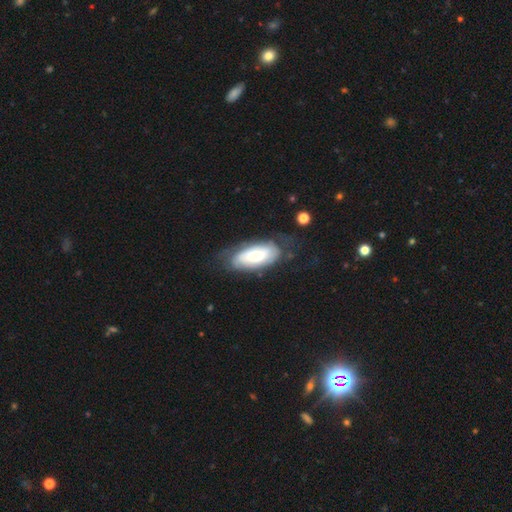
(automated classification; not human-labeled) featured or disk 51%, smooth 42%, star or artifact 6%. Down the decision tree: edge-on disk — no (88%); merging — none (61%).